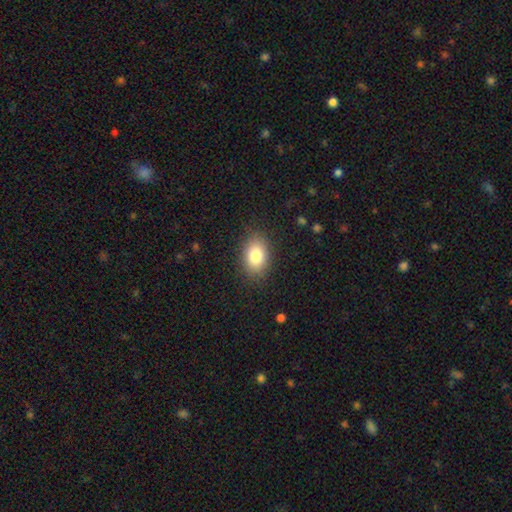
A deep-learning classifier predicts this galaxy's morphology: Overall: smooth (82%). How rounded: in between (83%). Merging: none (85%).